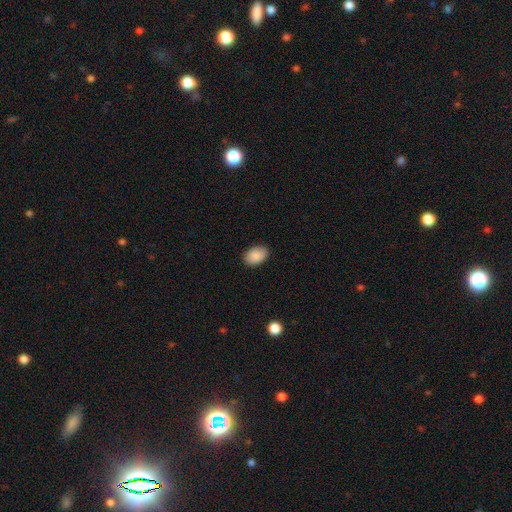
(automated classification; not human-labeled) Smooth or featured? Predicted: smooth (p=0.90). How rounded? Predicted: in between (p=0.87). Merging? Predicted: none (p=0.88).